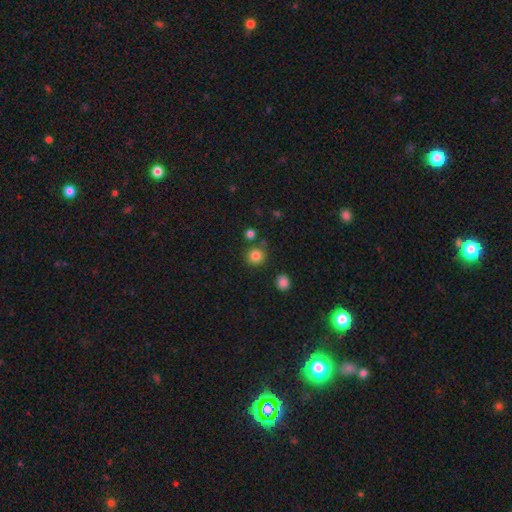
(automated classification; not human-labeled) Smooth or featured? smooth (83%)
How rounded? round (92%)
Merging? none (81%)